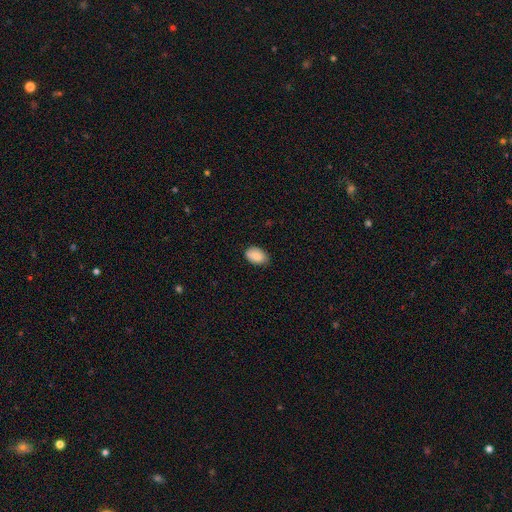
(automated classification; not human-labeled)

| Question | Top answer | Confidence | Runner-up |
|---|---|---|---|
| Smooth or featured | smooth | 86% | star or artifact (7%) |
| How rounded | in between | 89% | round (10%) |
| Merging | none | 78% | minor disturbance (19%) |